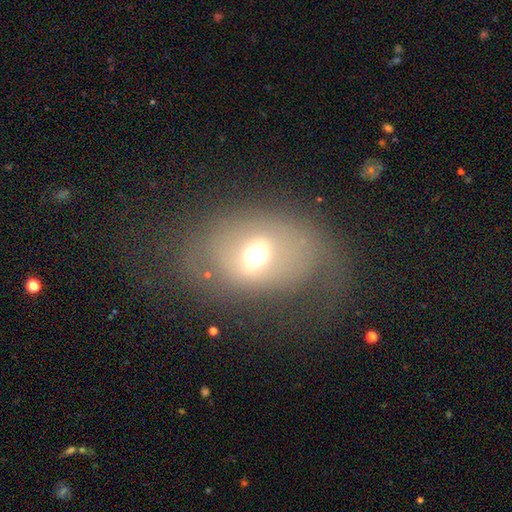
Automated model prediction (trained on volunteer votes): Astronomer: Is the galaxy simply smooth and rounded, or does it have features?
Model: smooth — 52% (runner-up: featured or disk, 33%).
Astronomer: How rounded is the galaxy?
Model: in between — 66%.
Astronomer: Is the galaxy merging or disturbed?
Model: none — 54%.